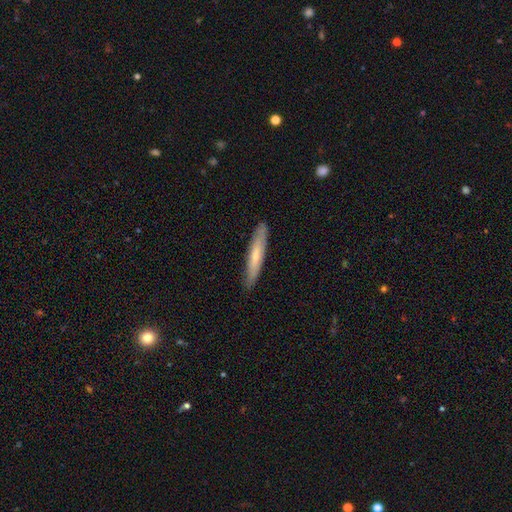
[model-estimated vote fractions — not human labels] Overall: smooth (60%; featured or disk 34%). How rounded: cigar-shaped (91%). Merging: none (88%).